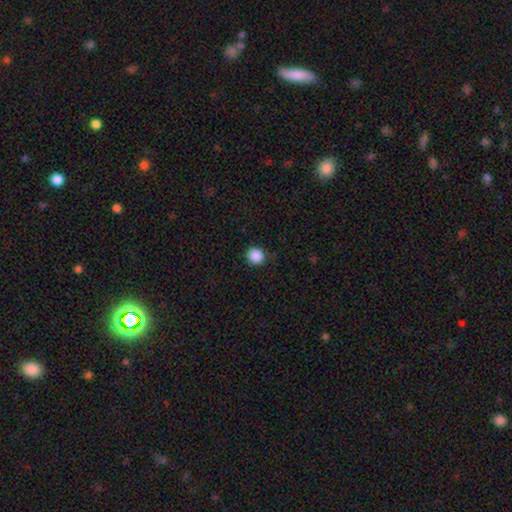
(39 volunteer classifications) smooth 87%, star or artifact 10%, featured or disk 3%. Down the decision tree: how rounded — round (85%); merging — none (89%).